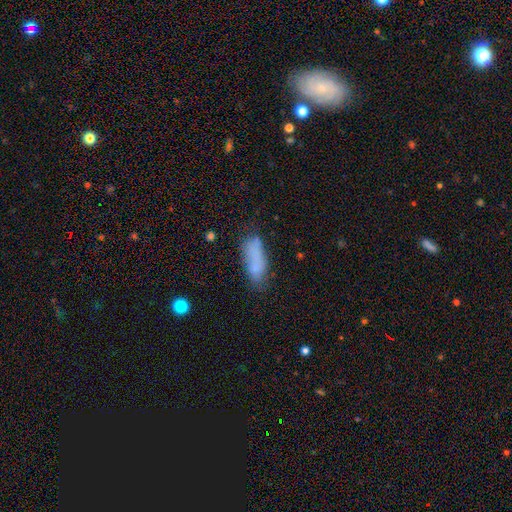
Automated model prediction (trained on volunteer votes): Morphology: type=smooth (74%); roundness=in between (61%); merging=none (61%).